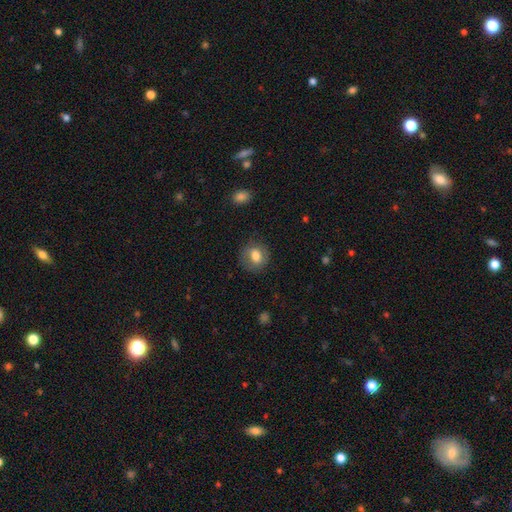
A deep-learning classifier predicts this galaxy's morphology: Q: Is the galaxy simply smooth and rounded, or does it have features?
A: smooth — 73%.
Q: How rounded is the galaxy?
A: round — 69%.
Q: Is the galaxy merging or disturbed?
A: none — 80%.